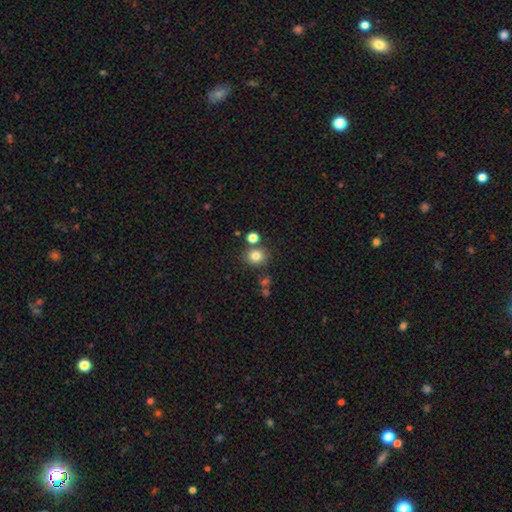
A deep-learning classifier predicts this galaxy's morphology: This is likely a smooth galaxy (80%). How rounded: clearly round (81%). Merging: likely none (75%).